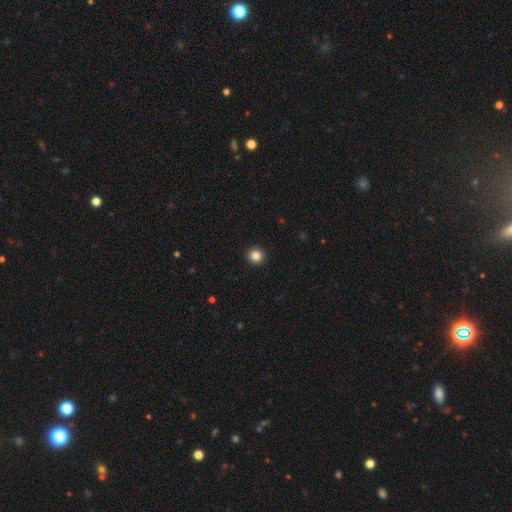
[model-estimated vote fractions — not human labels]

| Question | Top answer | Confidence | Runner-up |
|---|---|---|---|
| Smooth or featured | smooth | 86% | star or artifact (11%) |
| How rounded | round | 92% | in between (7%) |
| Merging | none | 93% | minor disturbance (4%) |